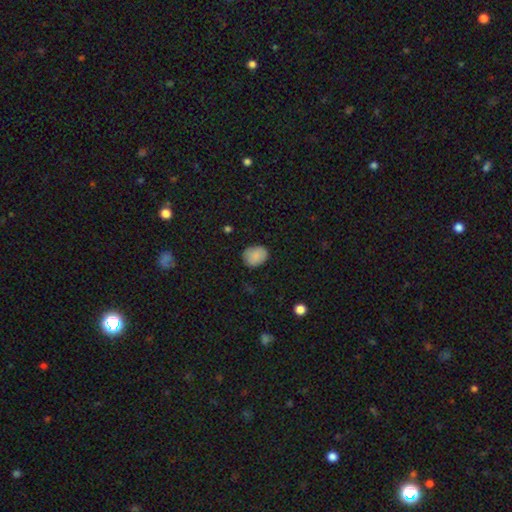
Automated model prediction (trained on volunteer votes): Morphology: type=smooth (87%); roundness=in between (51%); merging=none (81%).